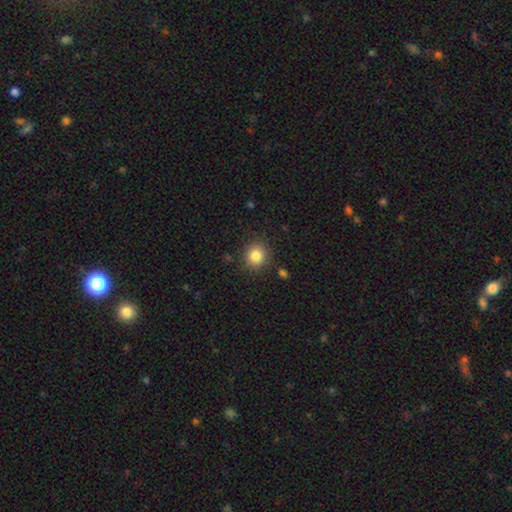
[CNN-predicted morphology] This is clearly a smooth galaxy (84%). How rounded: clearly round (84%). Merging: clearly none (86%).